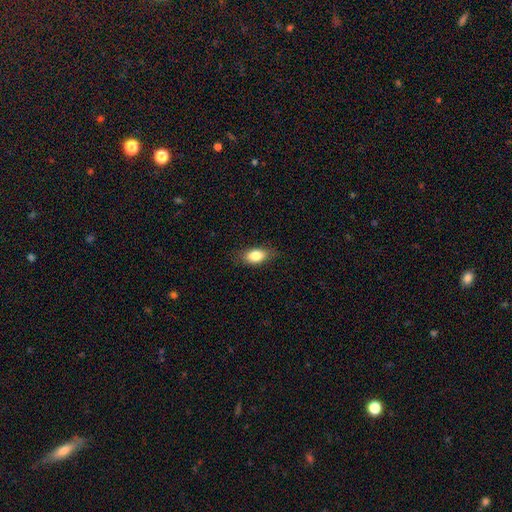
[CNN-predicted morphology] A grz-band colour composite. It shows a smooth galaxy with no disk features (82%) that is in between round and cigar-shaped (86%). Merging: none (82%).